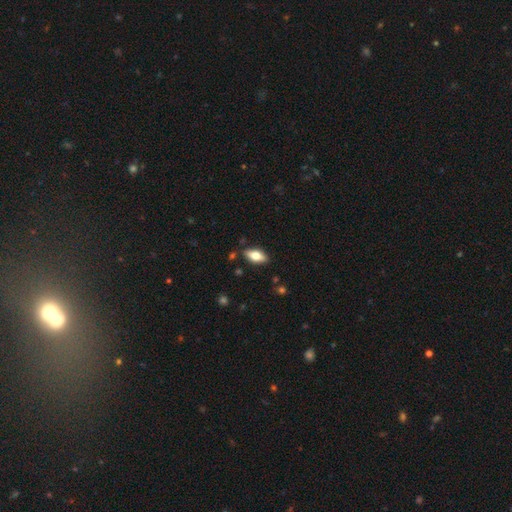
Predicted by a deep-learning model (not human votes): Smooth or featured? smooth (68%)
How rounded? in between (86%)
Merging? none (85%)